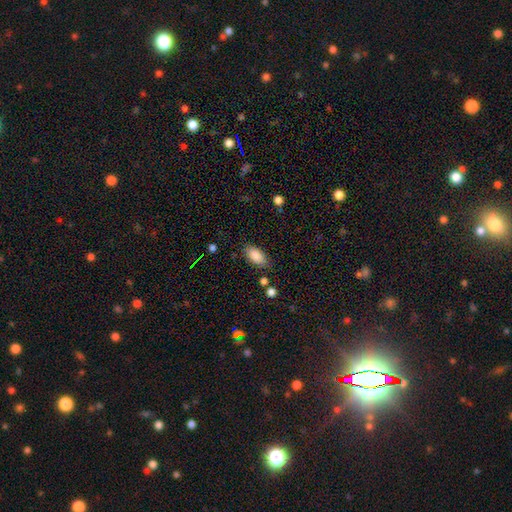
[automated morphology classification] The model was most divided on "merging": none: 79%, minor disturbance: 15%, major disturbance: 4%, merger: 3%. More confident: how rounded — in between (91%); smooth or featured — smooth (87%).